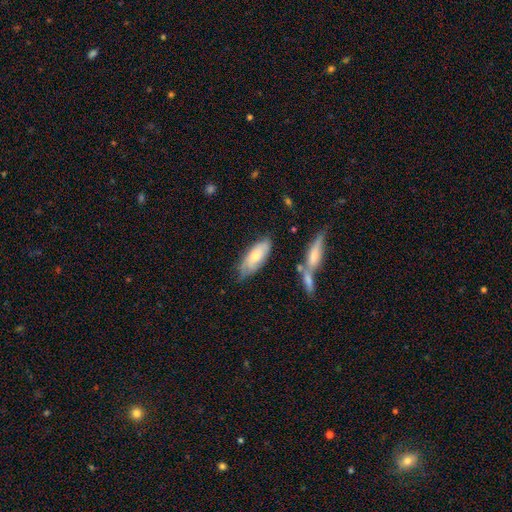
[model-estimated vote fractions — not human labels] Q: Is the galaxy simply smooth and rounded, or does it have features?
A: smooth — 66%.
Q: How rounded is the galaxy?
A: in between — 77%.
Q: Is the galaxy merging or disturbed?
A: none — 58%.